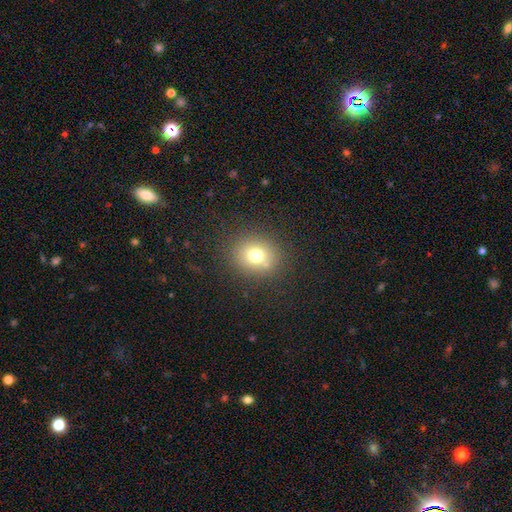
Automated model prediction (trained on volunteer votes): Overall: smooth (73%). How rounded: round (74%). Merging: none (82%).